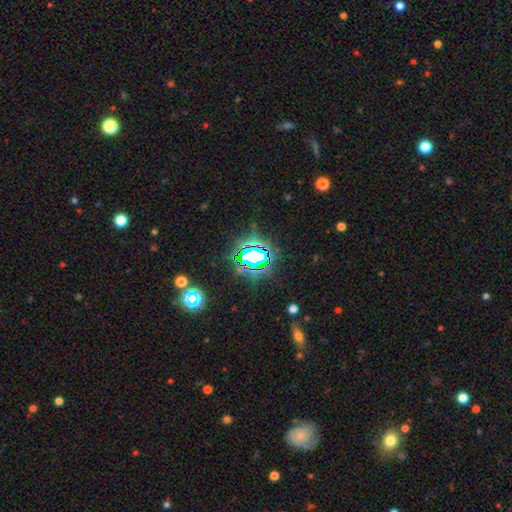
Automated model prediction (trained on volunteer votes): Morphology: type=star or artifact (73%).